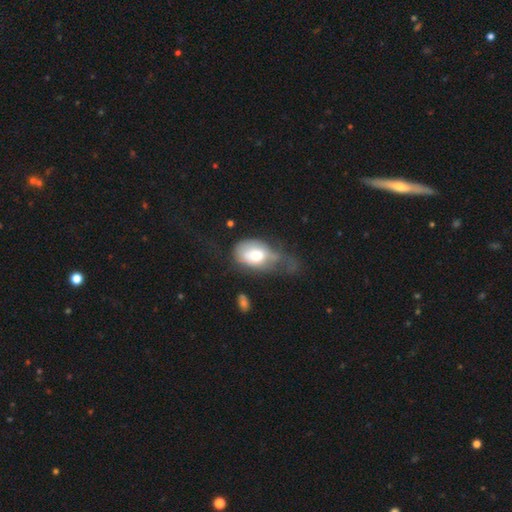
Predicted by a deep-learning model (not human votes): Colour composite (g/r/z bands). It shows a smooth galaxy with no disk features (62%) that is in between round and cigar-shaped (81%). Merging: major disturbance (50%).